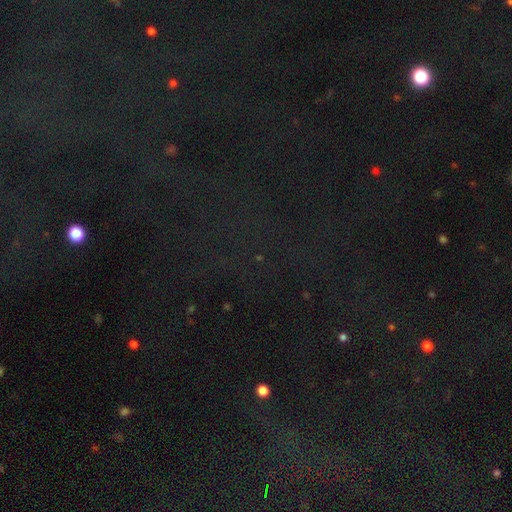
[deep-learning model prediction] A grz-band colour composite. It shows a star or artifact, not a galaxy (79%).